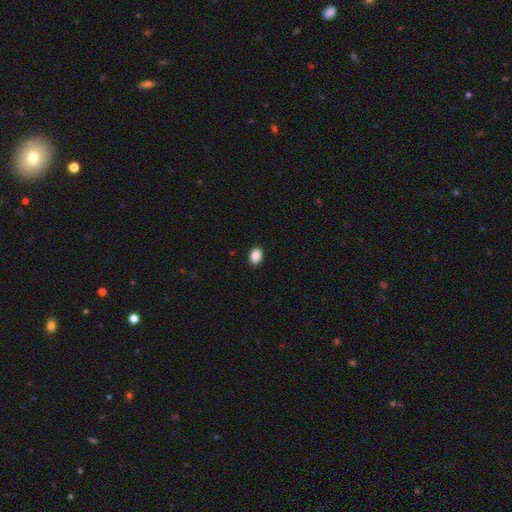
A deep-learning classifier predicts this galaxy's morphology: Overall: smooth (89%). How rounded: in between (72%). Merging: none (91%).